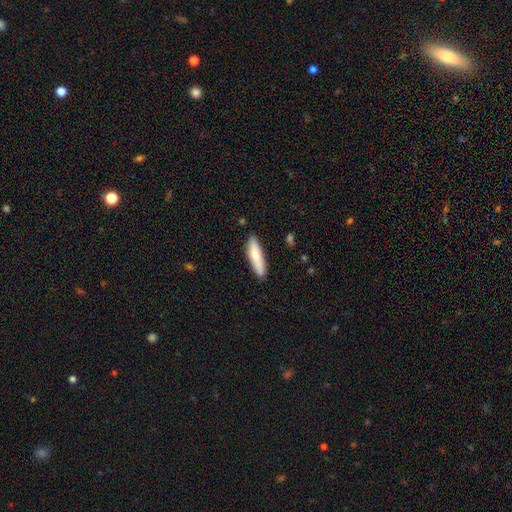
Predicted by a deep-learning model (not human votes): smooth_or_featured: smooth (p=0.77) [alt: featured or disk p=0.18]
how_rounded: cigar-shaped (p=0.70) [alt: in between p=0.28]
merging: none (p=0.84) [alt: minor disturbance p=0.12]